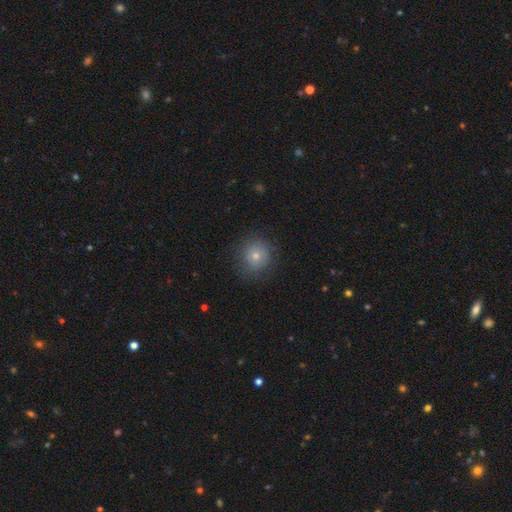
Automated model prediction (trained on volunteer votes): smooth_or_featured: smooth (p=0.76) [alt: star or artifact p=0.12]
how_rounded: round (p=0.91) [alt: in between p=0.08]
merging: none (p=0.83) [alt: minor disturbance p=0.11]